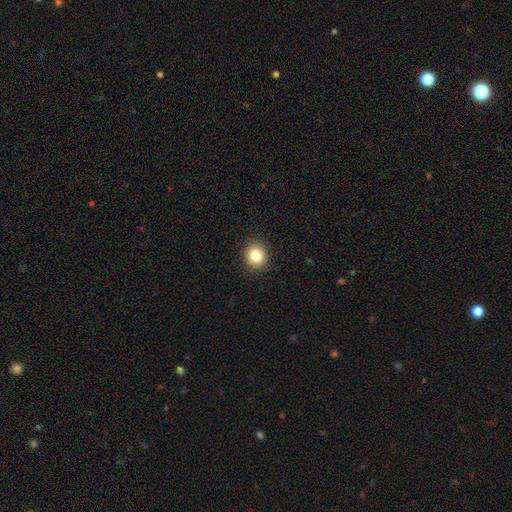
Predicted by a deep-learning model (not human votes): smooth_or_featured: smooth (p=0.82) [alt: star or artifact p=0.11]
how_rounded: round (p=0.84) [alt: in between p=0.15]
merging: none (p=0.91) [alt: minor disturbance p=0.06]